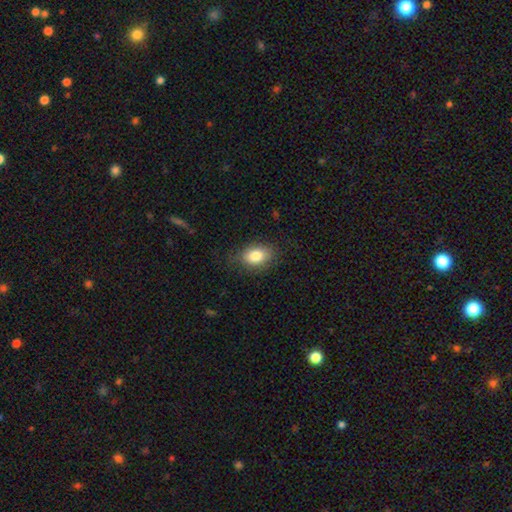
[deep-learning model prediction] Overall: smooth (82%). How rounded: in between (82%). Merging: none (77%).